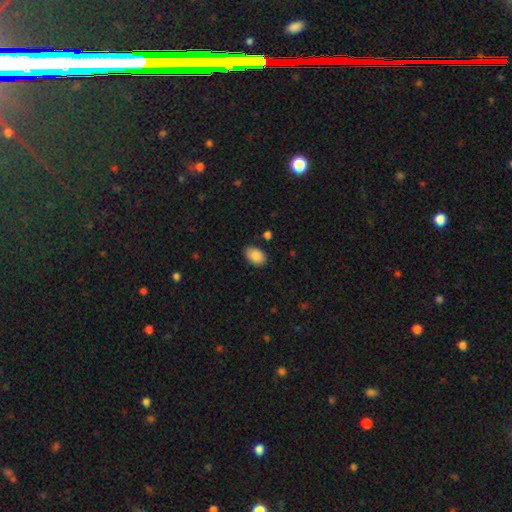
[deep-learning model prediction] The model was most divided on "how rounded": in between: 82%, round: 17%, cigar-shaped: 1%. More confident: smooth or featured — smooth (89%); merging — none (83%).